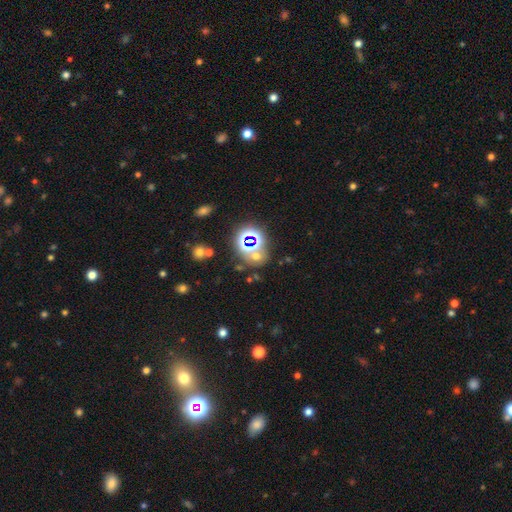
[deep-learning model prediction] Morphology: type=star or artifact (55%).